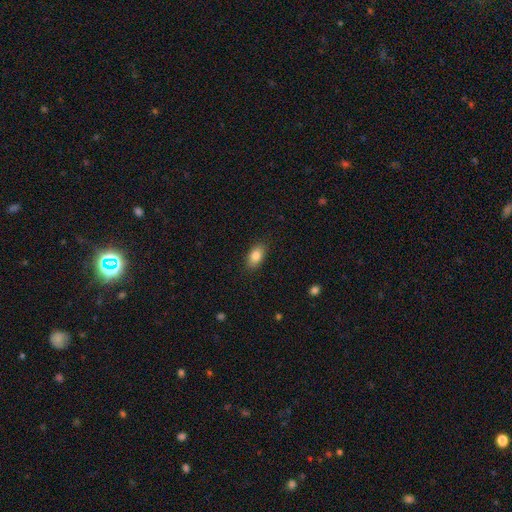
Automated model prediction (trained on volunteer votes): A smooth galaxy with no disk features (84%) that is in between round and cigar-shaped (90%).

Vote fractions:
- Smooth or featured? smooth: 84% / featured or disk: 8% / star or artifact: 8%
- How rounded? in between: 90% / round: 7% / cigar-shaped: 3%
- Merging? none: 86% / minor disturbance: 10% / major disturbance: 2% / merger: 1%